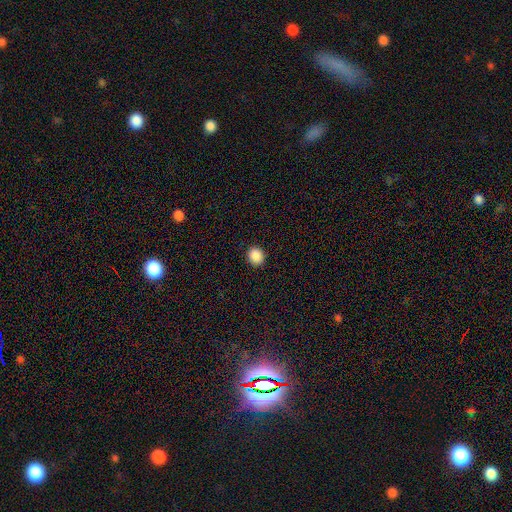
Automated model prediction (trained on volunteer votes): Q: Smooth or featured?
A: smooth (88%); runner-up: star or artifact (9%)
Q: How rounded?
A: round (74%); runner-up: in between (25%)
Q: Merging?
A: none (91%); runner-up: minor disturbance (6%)